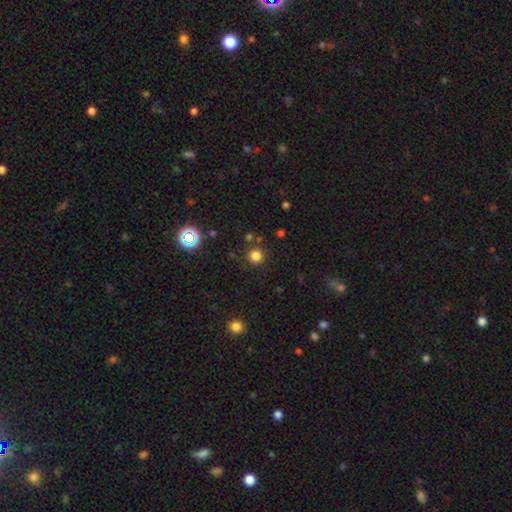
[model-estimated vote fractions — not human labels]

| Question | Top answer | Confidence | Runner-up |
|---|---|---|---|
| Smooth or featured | smooth | 78% | star or artifact (17%) |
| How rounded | round | 94% | in between (5%) |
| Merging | none | 85% | minor disturbance (7%) |